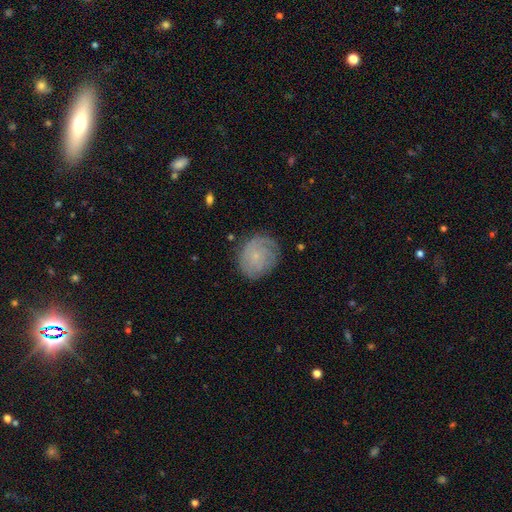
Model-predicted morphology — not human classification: Overall: featured or disk (61%; smooth 31%). Edge-on disk: no (98%). Bar: no (81%). Spiral arms: yes (89%). Spiral arm count: can't tell (43%; 2 18%). Spiral winding: tight (67%). Bulge size: small (81%). Merging: none (72%).